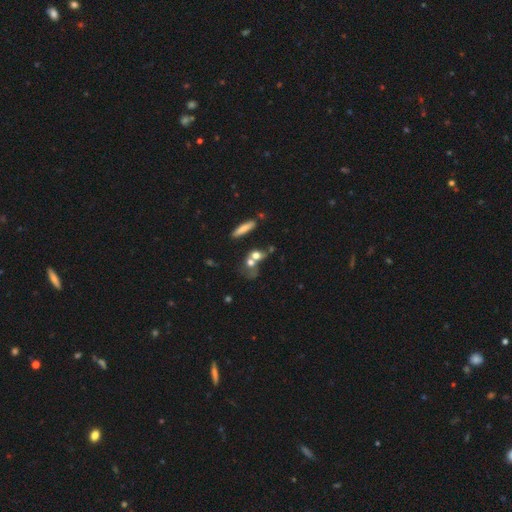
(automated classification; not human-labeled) The model was most divided on "how rounded": round: 45%, in between: 42%, cigar-shaped: 13%. Remaining: smooth or featured — smooth (61%); merging — merger (44%).